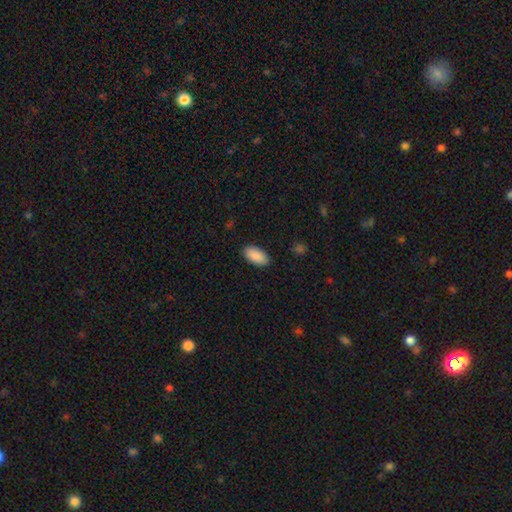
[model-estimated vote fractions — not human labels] A smooth galaxy with no disk features (90%) that is in between round and cigar-shaped (95%). Merging: none (89%).